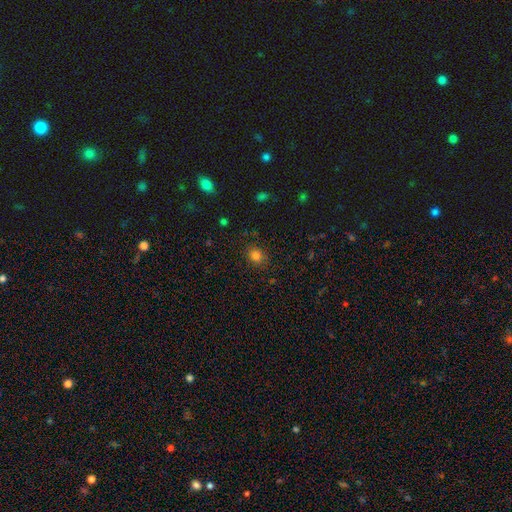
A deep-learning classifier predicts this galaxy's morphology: smooth-or-featured: smooth: 81% | star or artifact: 14% | featured or disk: 5%
  how-rounded: round: 57% | in between: 42% | cigar-shaped: 1%
  merging: none: 84% | minor disturbance: 11% | major disturbance: 3% | merger: 1%